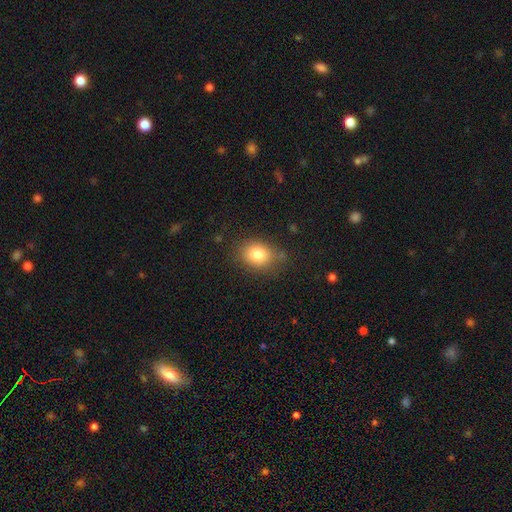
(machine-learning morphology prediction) This appears to be a smooth galaxy with no disk features (81%) that is in between round and cigar-shaped (58%). Merging: none (78%).